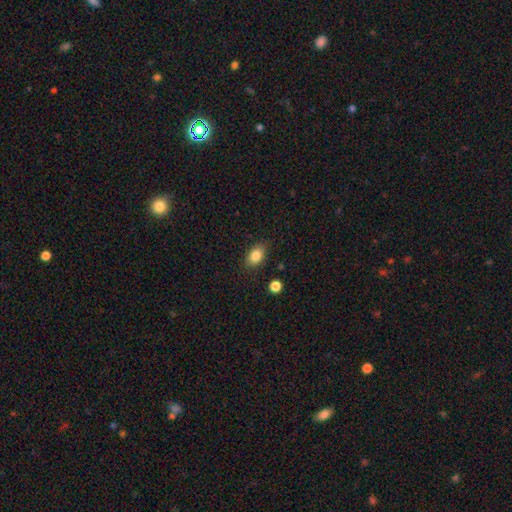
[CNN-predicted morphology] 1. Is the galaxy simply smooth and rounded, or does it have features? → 84% smooth, 9% star or artifact, 7% featured or disk.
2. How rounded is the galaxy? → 81% in between, 17% round, 2% cigar-shaped.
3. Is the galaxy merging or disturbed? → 83% none, 12% minor disturbance, 3% major disturbance, 2% merger.